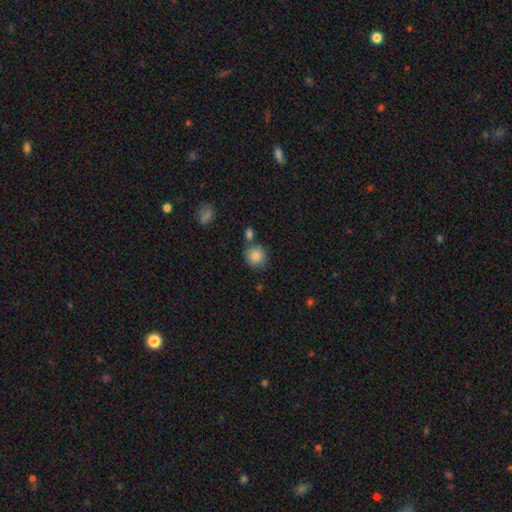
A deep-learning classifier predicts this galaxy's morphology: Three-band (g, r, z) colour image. It shows a smooth galaxy with no disk features (86%) that is round (89%). Merging: none (70%).